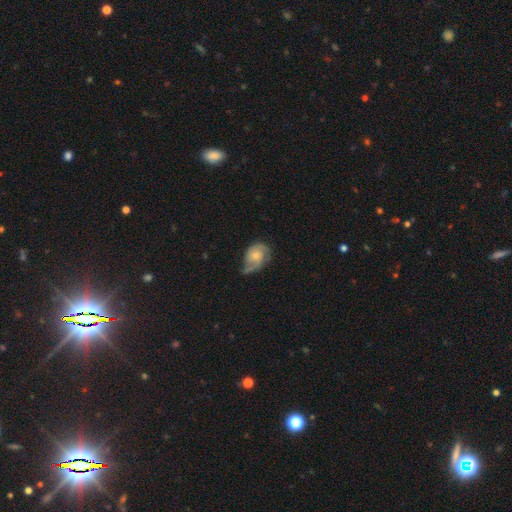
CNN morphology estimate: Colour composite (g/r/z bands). It shows a featured or disk galaxy (66%) with no bar (75%), 2 (53%) medium (41%) spiral arms (90%) and a small central bulge (49%). Merging: none (44%).